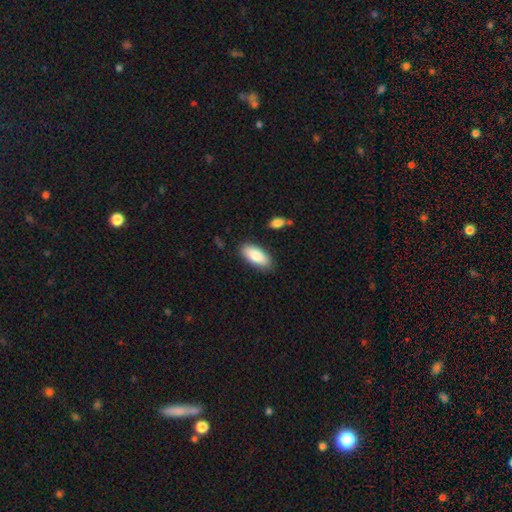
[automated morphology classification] This is clearly a smooth galaxy (86%). How rounded: clearly in between (86%). Merging: clearly none (85%).